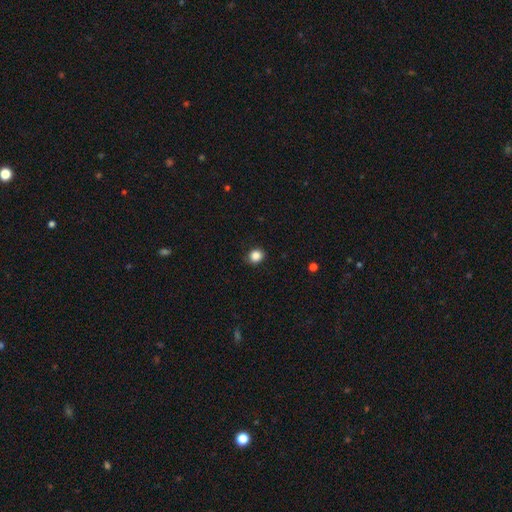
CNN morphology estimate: Smooth or featured? smooth (86%)
How rounded? round (77%)
Merging? none (84%)